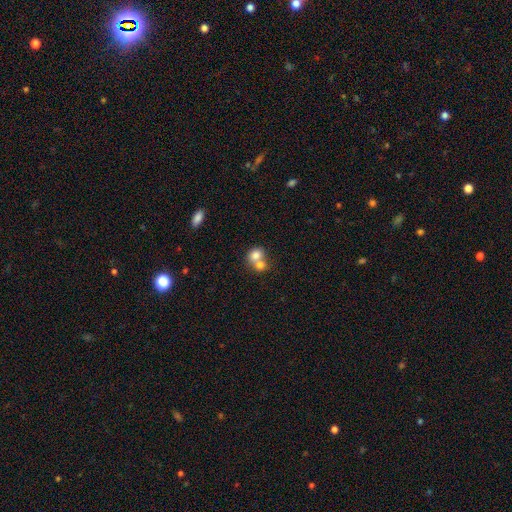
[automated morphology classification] This is likely a smooth galaxy (77%). How rounded: likely round (63%). Merging: likely merger (66%).